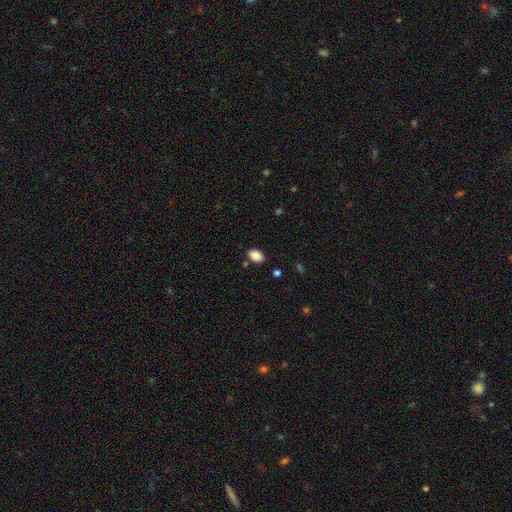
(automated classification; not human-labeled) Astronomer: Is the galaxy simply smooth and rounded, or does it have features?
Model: smooth — 88%.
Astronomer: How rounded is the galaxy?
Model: in between — 88%.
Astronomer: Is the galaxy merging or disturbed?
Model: none — 84%.